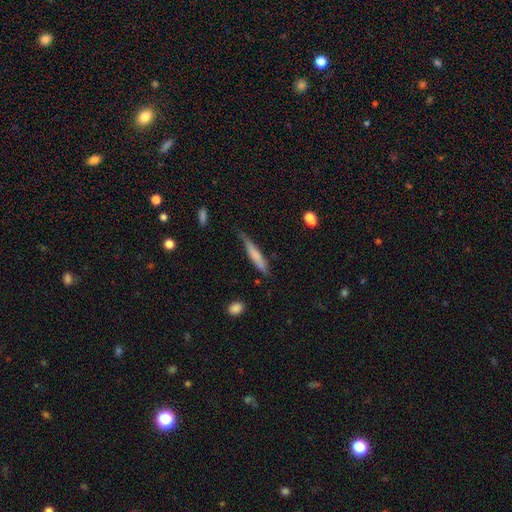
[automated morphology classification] A smooth galaxy with no disk features (65%) that is cigar-shaped (89%).

Vote fractions:
- Smooth or featured? smooth: 65% / featured or disk: 29% / star or artifact: 6%
- How rounded? cigar-shaped: 89% / in between: 9% / round: 2%
- Merging? none: 59% / minor disturbance: 30% / major disturbance: 7% / merger: 3%